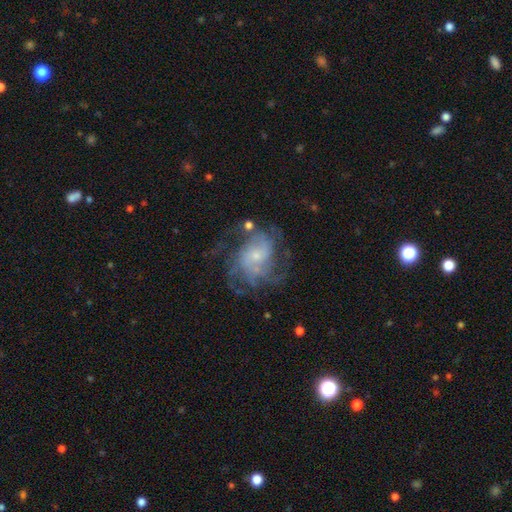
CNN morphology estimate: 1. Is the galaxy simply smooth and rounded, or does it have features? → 79% featured or disk, 12% smooth, 9% star or artifact.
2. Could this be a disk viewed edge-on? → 97% no, 3% yes.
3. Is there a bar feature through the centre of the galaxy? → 70% no, 26% weak, 5% strong.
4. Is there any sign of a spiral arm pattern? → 90% yes, 10% no.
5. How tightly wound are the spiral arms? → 42% tight, 41% medium, 17% loose.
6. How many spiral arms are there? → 36% can't tell, 20% 4, 17% 3, 12% 2, 9% more than 4, 6% 1.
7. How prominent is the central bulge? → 68% small, 22% moderate, 5% none, 3% large, 1% dominant.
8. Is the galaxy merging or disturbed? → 60% none, 19% major disturbance, 18% minor disturbance, 3% merger.